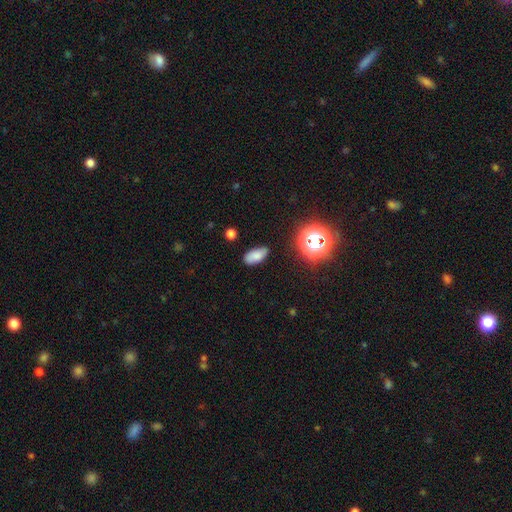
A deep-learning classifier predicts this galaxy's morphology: smooth-or-featured: smooth: 77% | star or artifact: 12% | featured or disk: 11%
  how-rounded: in between: 88% | cigar-shaped: 7% | round: 5%
  merging: none: 80% | minor disturbance: 15% | major disturbance: 3% | merger: 2%